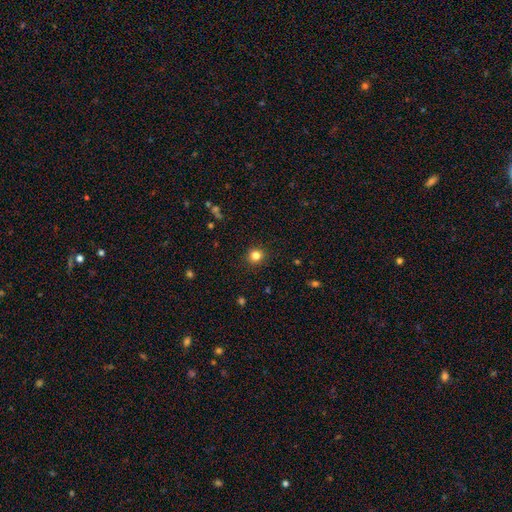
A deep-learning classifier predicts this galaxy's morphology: The model was most divided on "smooth or featured": smooth: 81%, star or artifact: 13%, featured or disk: 5%. More confident: how rounded — round (92%); merging — none (91%).